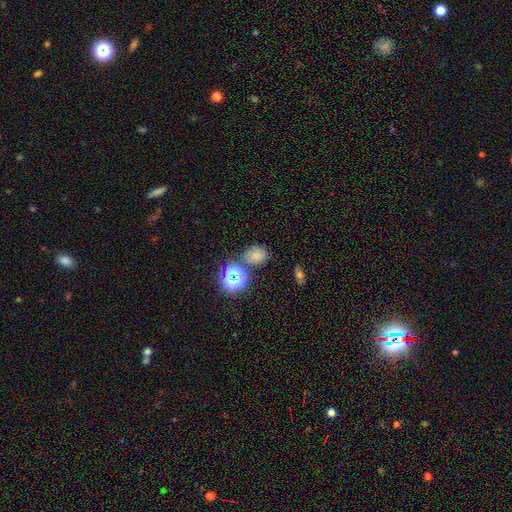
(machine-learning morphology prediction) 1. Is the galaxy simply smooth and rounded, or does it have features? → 64% smooth, 27% star or artifact, 8% featured or disk.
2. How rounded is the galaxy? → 55% in between, 44% round, 1% cigar-shaped.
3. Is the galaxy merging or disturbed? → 72% none, 14% minor disturbance, 9% merger, 4% major disturbance.